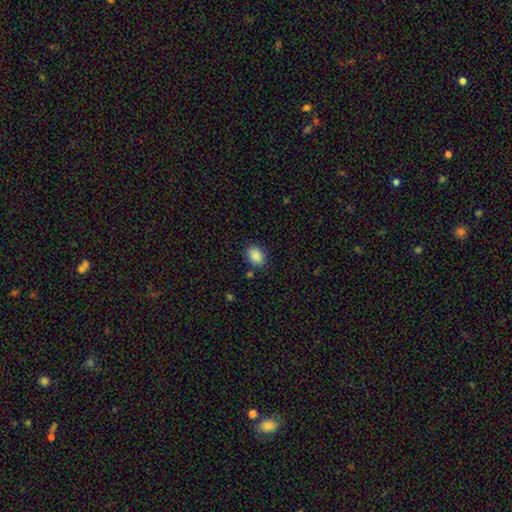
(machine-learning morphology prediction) Smooth or featured? smooth (89%)
How rounded? in between (77%)
Merging? none (85%)